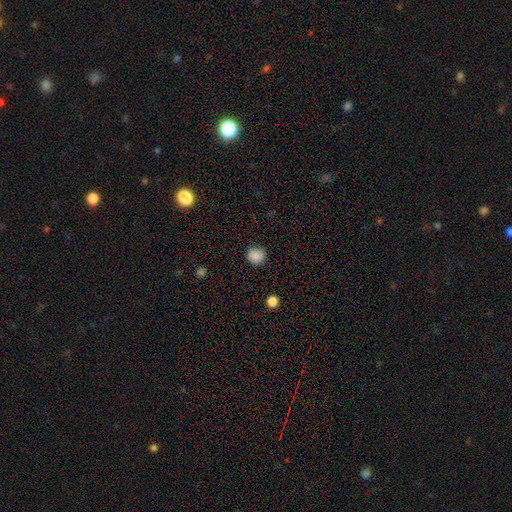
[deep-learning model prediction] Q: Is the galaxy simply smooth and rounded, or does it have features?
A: smooth — 86%.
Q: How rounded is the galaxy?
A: round — 90%.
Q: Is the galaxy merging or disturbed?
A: none — 86%.